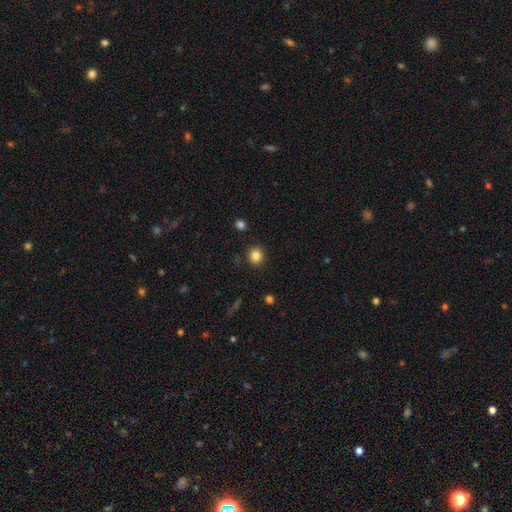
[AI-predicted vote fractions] This is clearly a smooth galaxy (84%). How rounded: clearly round (82%). Merging: clearly none (90%).